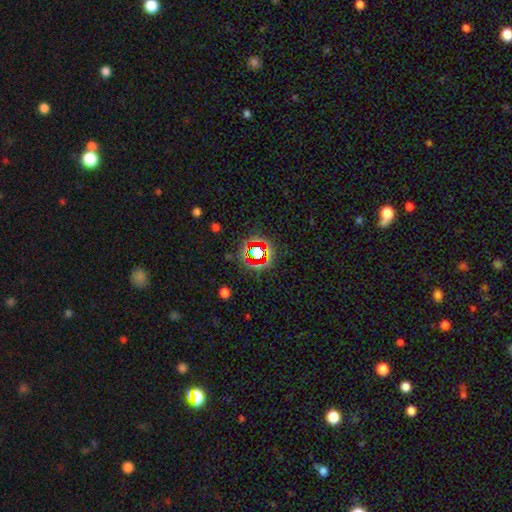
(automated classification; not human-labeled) Smooth or featured: star or artifact — 65% (smooth — 23%)